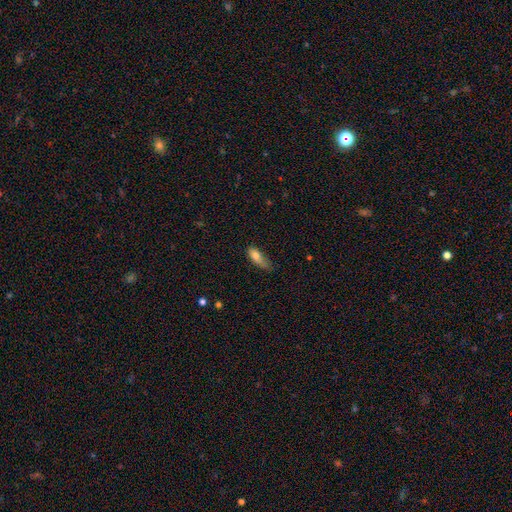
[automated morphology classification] A smooth galaxy with no disk features (76%) that is in between round and cigar-shaped (66%).

Vote fractions:
- Smooth or featured? smooth: 76% / featured or disk: 16% / star or artifact: 8%
- How rounded? in between: 66% / cigar-shaped: 31% / round: 4%
- Merging? minor disturbance: 41% / none: 36% / major disturbance: 19% / merger: 3%